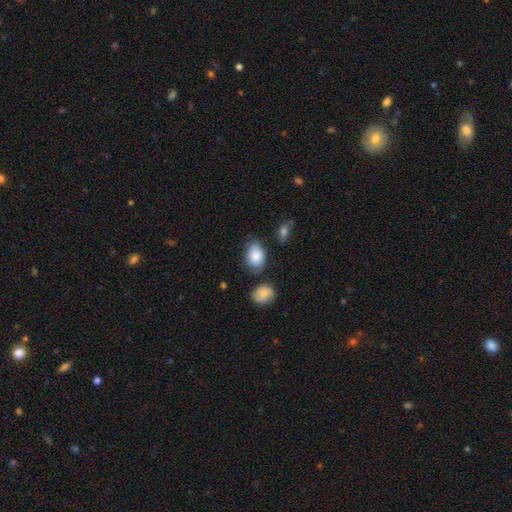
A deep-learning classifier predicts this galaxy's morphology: Q: Smooth or featured?
A: smooth (84%); runner-up: featured or disk (9%)
Q: How rounded?
A: in between (80%); runner-up: round (19%)
Q: Merging?
A: none (64%); runner-up: minor disturbance (25%)